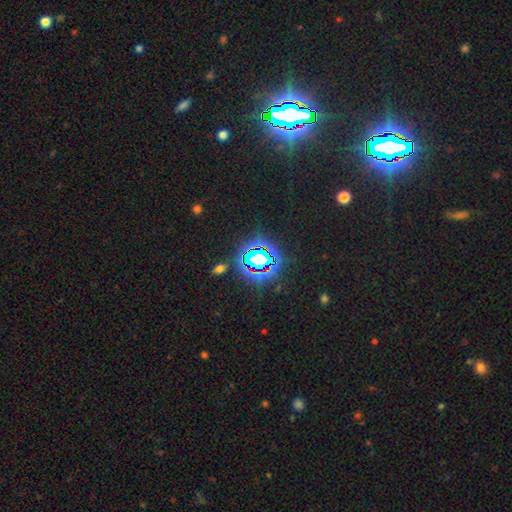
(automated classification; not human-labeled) Morphology: type=star or artifact (84%).